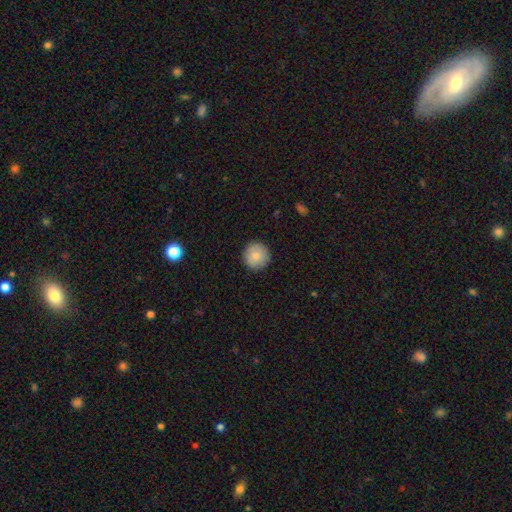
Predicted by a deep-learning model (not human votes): Smooth or featured? Predicted: smooth (p=0.86). How rounded? Predicted: round (p=0.96). Merging? Predicted: none (p=0.91).